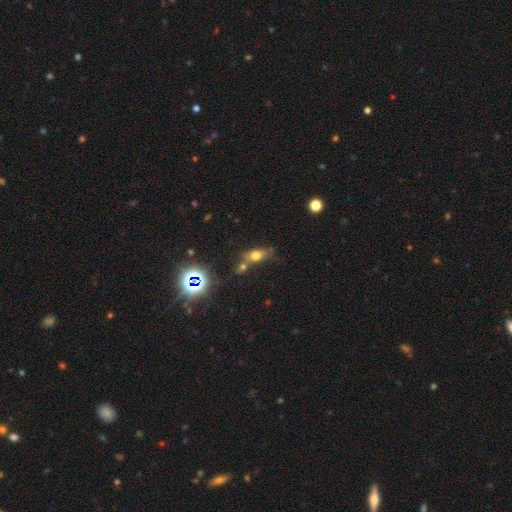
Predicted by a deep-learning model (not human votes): Morphology: type=smooth (63%); roundness=in between (68%); merging=none (49%).